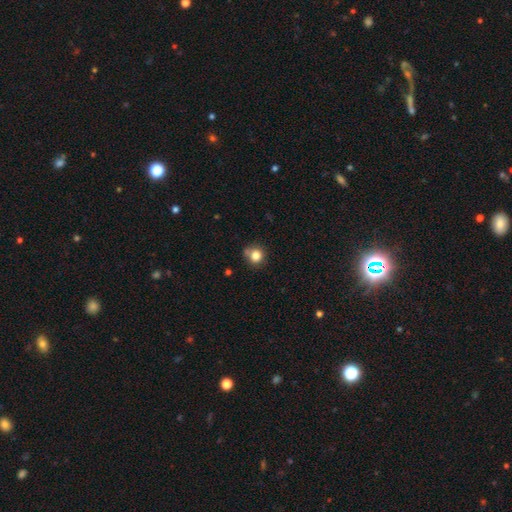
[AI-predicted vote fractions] Q: Smooth or featured?
A: smooth (82%); runner-up: star or artifact (11%)
Q: How rounded?
A: round (85%); runner-up: in between (14%)
Q: Merging?
A: none (65%); runner-up: minor disturbance (23%)